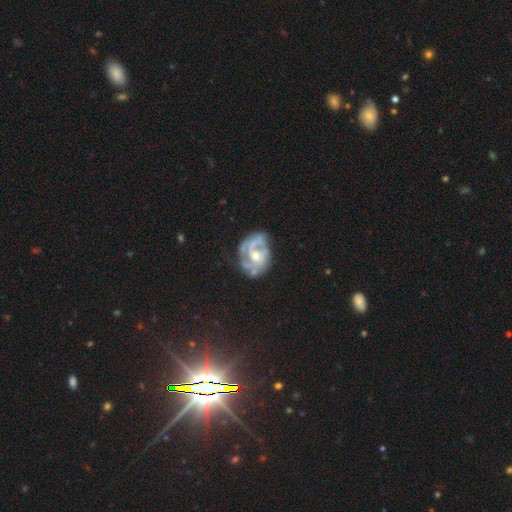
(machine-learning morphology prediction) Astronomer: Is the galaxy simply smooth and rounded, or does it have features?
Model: featured or disk — 75%.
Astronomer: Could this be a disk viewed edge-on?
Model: no — 97%.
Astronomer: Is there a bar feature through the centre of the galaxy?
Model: no — 72%.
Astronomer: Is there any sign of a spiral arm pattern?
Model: yes — 68%.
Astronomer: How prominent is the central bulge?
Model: moderate — 64%.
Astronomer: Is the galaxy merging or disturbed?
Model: none — 53%.